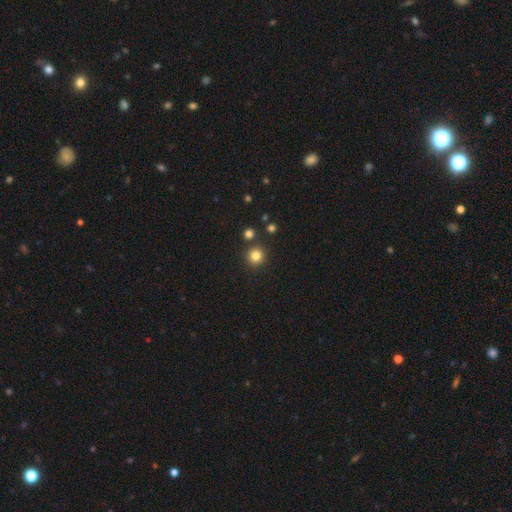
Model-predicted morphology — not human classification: This appears to be a smooth galaxy with no disk features (82%) that is round (94%). Merging: none (88%).